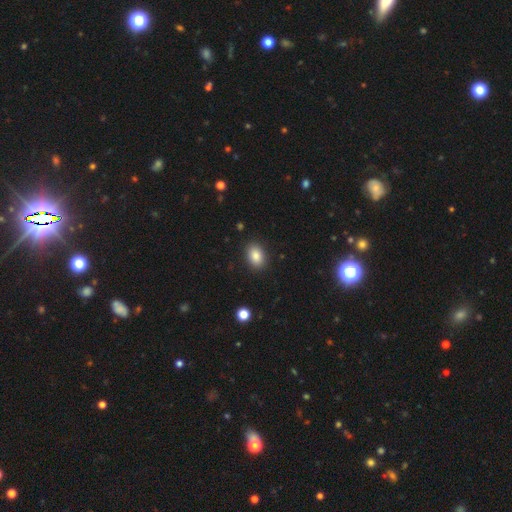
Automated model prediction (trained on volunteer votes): A smooth galaxy with no disk features (85%) that is in between round and cigar-shaped (79%).

Vote fractions:
- Smooth or featured? smooth: 85% / star or artifact: 9% / featured or disk: 6%
- How rounded? in between: 79% / round: 20% / cigar-shaped: 1%
- Merging? none: 89% / minor disturbance: 8% / major disturbance: 2% / merger: 1%